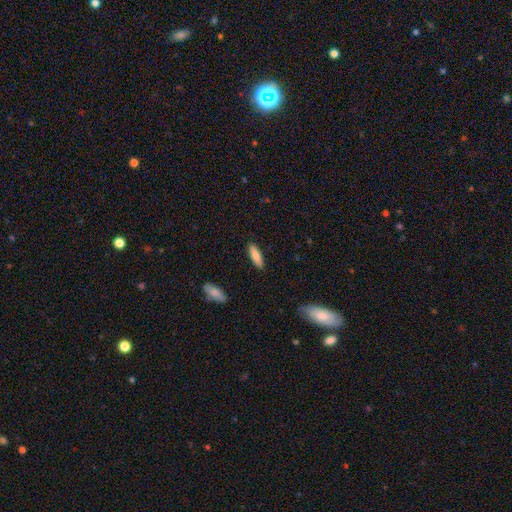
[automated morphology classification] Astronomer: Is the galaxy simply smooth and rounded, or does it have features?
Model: smooth — 81%.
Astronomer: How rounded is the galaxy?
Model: cigar-shaped — 58% (runner-up: in between, 40%).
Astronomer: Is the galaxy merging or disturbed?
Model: none — 89%.